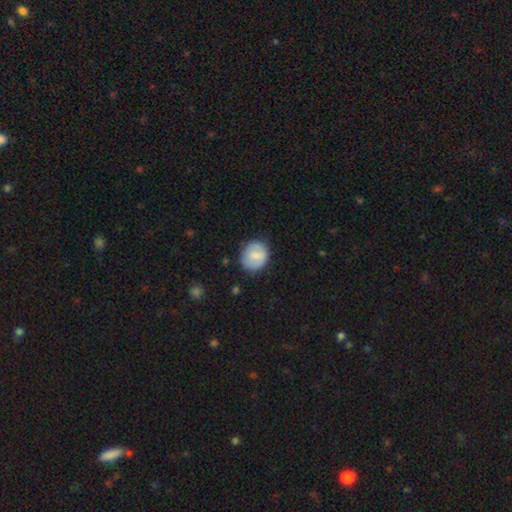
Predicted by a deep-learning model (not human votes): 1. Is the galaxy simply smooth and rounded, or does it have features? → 73% smooth, 20% featured or disk, 7% star or artifact.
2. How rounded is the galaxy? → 69% round, 30% in between, 1% cigar-shaped.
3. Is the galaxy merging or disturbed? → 78% none, 17% minor disturbance, 4% major disturbance, 2% merger.